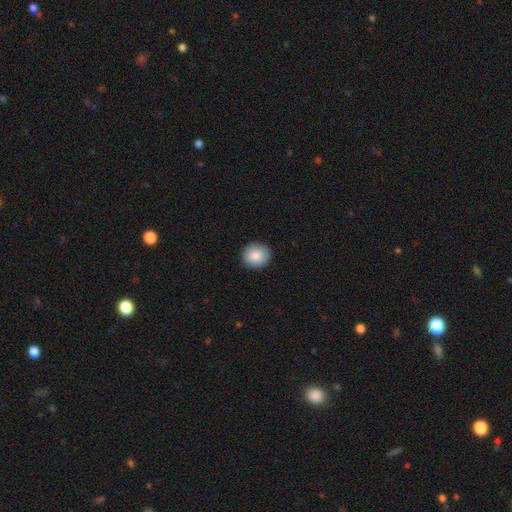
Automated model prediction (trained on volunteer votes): Smooth or featured: smooth — 86% (star or artifact — 7%)
How rounded: round — 85% (in between — 14%)
Merging: none — 91% (minor disturbance — 7%)